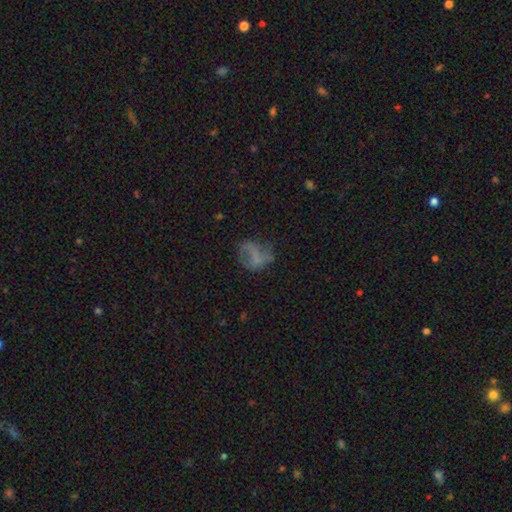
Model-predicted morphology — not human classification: A smooth galaxy with no disk features (47%).

Vote fractions:
- Smooth or featured? smooth: 47% / featured or disk: 38% / star or artifact: 15%
- Merging? none: 45% / major disturbance: 26% / minor disturbance: 24% / merger: 4%